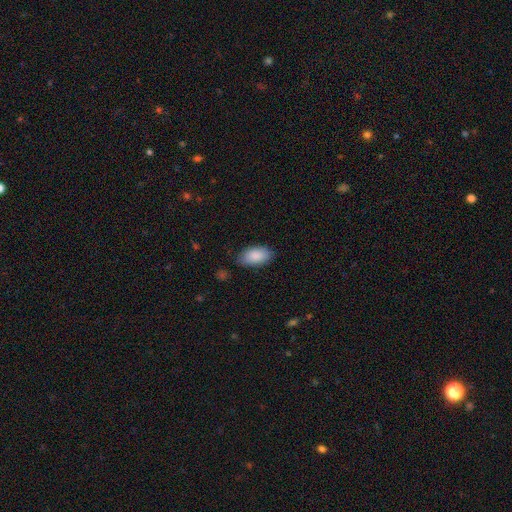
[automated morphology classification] Overall: smooth (89%). How rounded: in between (94%). Merging: none (80%).